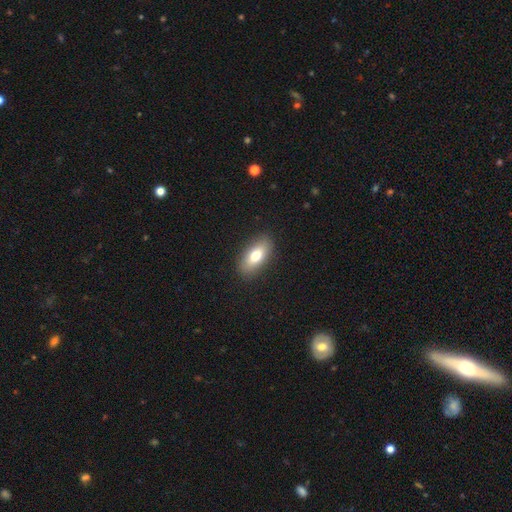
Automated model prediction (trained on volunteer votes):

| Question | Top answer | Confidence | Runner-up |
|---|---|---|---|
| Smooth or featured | smooth | 75% | featured or disk (18%) |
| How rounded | in between | 85% | cigar-shaped (11%) |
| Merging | none | 89% | minor disturbance (8%) |